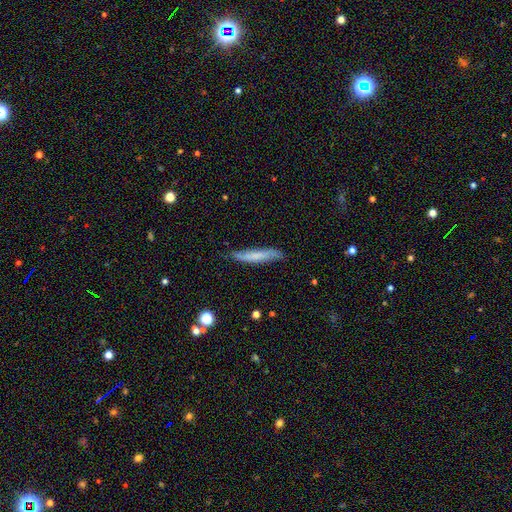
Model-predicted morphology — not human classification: The model was most divided on "smooth or featured": smooth: 59%, featured or disk: 34%, star or artifact: 7%. More confident: how rounded — cigar-shaped (91%); merging — none (72%).